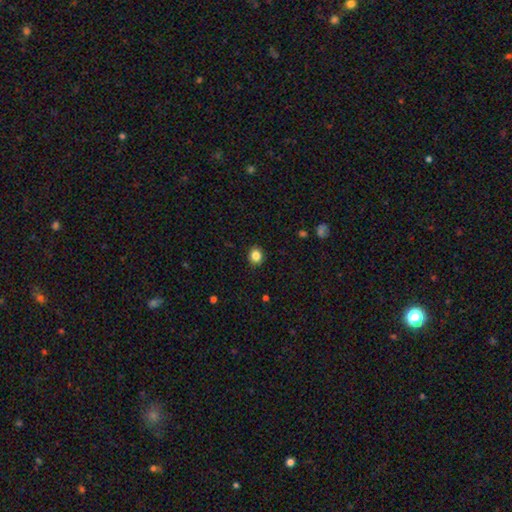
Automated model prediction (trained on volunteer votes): Smooth or featured: smooth — 84% (star or artifact — 11%)
How rounded: round — 74% (in between — 25%)
Merging: none — 91% (minor disturbance — 6%)